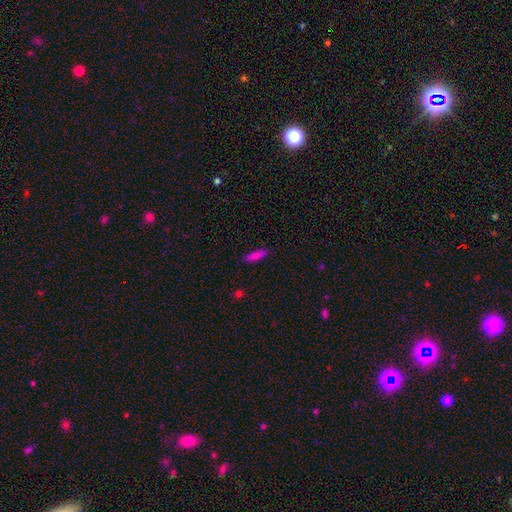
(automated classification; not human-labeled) A smooth galaxy with no disk features (83%) that is cigar-shaped (65%). Merging: none (86%).